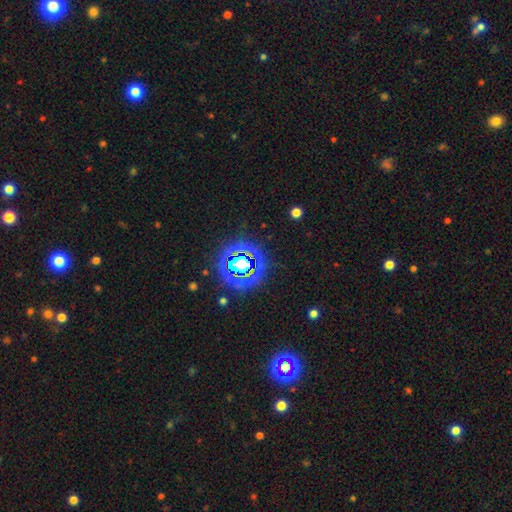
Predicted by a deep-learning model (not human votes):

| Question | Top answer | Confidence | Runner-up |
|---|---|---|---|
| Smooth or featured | star or artifact | 81% | smooth (12%) |